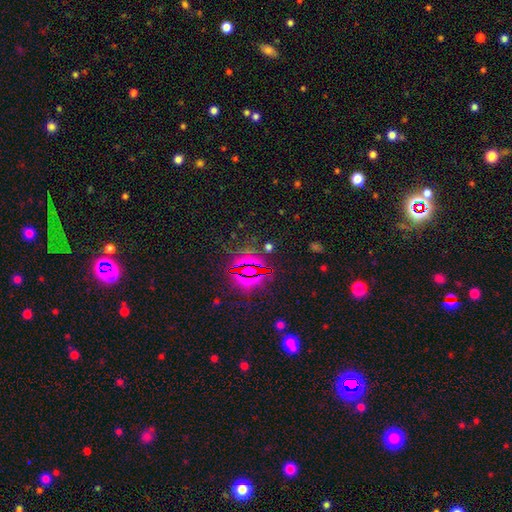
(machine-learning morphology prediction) Smooth or featured? Predicted: star or artifact (p=0.82).